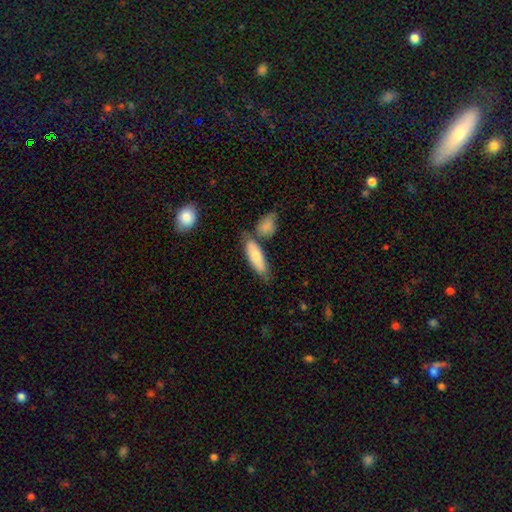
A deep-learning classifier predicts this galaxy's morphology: smooth_or_featured: smooth (p=0.77) [alt: featured or disk p=0.18]
how_rounded: in between (p=0.60) [alt: cigar-shaped p=0.38]
merging: none (p=0.56) [alt: merger p=0.24]